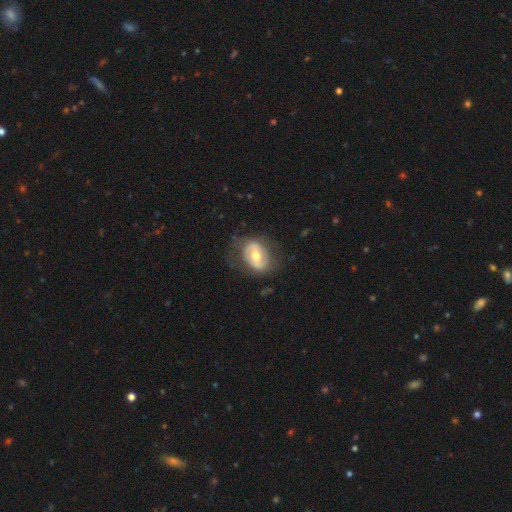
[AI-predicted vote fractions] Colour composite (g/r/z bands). It shows a featured or disk galaxy (58%) with no bar (43%), no spiral arms (50%, tied with yes) and a moderate central bulge (73%). Merging: none (67%).